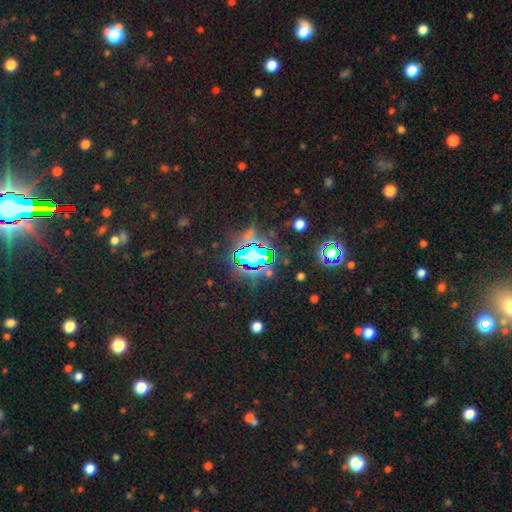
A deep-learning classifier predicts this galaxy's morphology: Overall: star or artifact (78%).